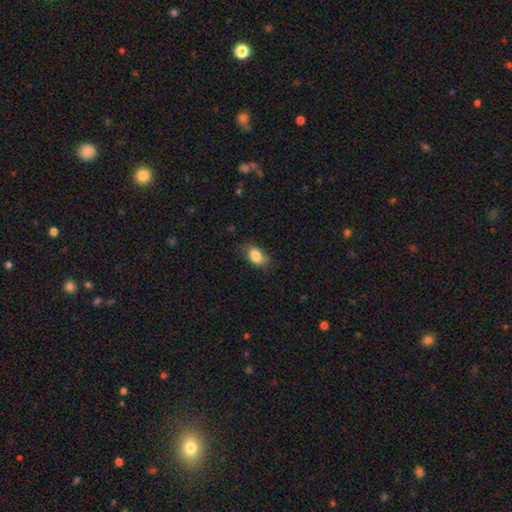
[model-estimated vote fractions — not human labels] Smooth or featured? smooth (84%)
How rounded? in between (85%)
Merging? none (69%)